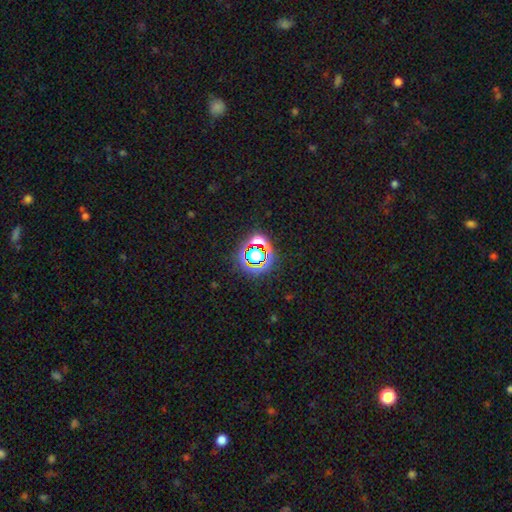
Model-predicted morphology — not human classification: Smooth or featured? Predicted: star or artifact (p=0.64).